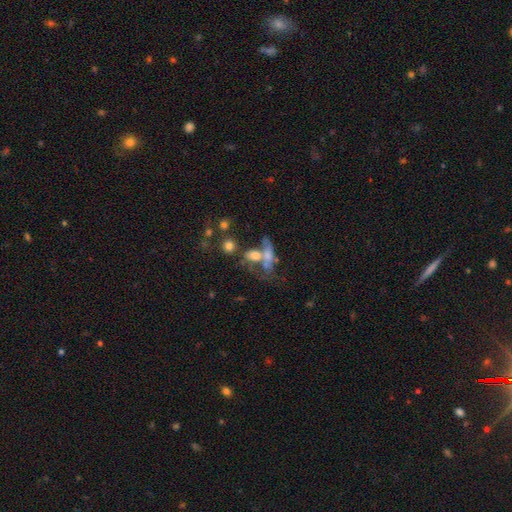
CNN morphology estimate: smooth 44%, featured or disk 37%, star or artifact 19%. Down the decision tree: merging — merger (43%).